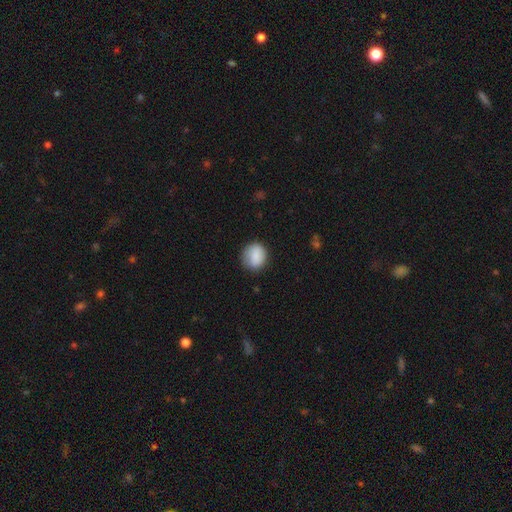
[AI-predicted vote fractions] This is clearly a smooth galaxy (85%). How rounded: likely round (72%). Merging: likely none (77%).